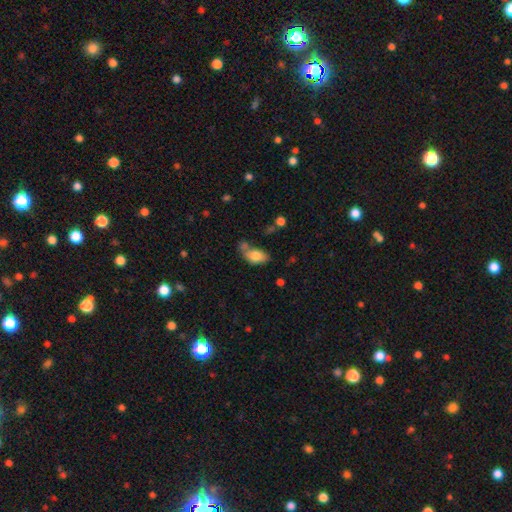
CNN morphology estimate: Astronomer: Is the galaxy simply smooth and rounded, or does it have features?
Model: smooth — 79%.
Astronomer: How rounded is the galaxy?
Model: in between — 89%.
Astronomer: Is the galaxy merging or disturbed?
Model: none — 44% (runner-up: merger, 27%).